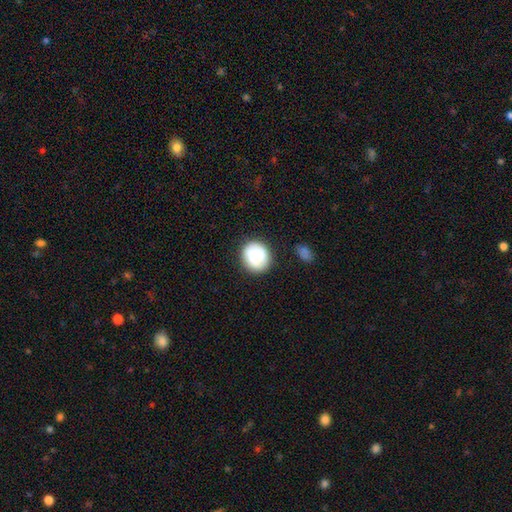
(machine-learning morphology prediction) A smooth galaxy with no disk features (78%) that is round (79%).

Vote fractions:
- Smooth or featured? smooth: 78% / featured or disk: 14% / star or artifact: 8%
- How rounded? round: 79% / in between: 20% / cigar-shaped: 1%
- Merging? none: 80% / minor disturbance: 13% / major disturbance: 4% / merger: 3%